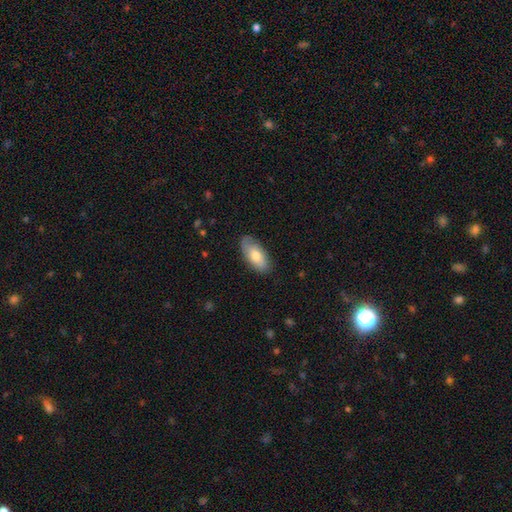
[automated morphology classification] smooth_or_featured: smooth (p=0.71) [alt: featured or disk p=0.23]
how_rounded: in between (p=0.90) [alt: cigar-shaped p=0.08]
merging: none (p=0.81) [alt: minor disturbance p=0.15]